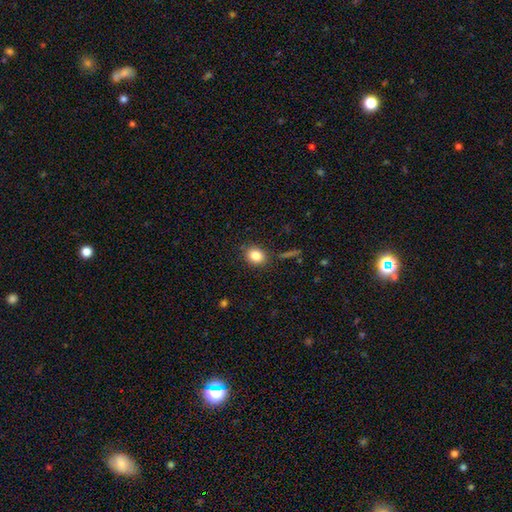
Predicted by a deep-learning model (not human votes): Smooth or featured: smooth — 84% (star or artifact — 10%)
How rounded: round — 50% (in between — 48%)
Merging: none — 85% (minor disturbance — 10%)